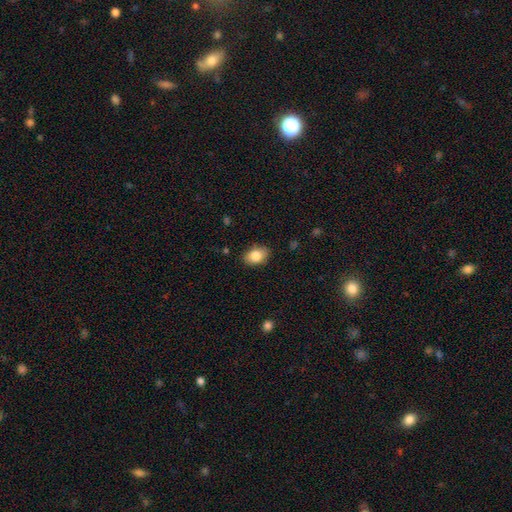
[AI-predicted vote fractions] Morphology: type=smooth (84%); roundness=in between (78%); merging=none (84%).